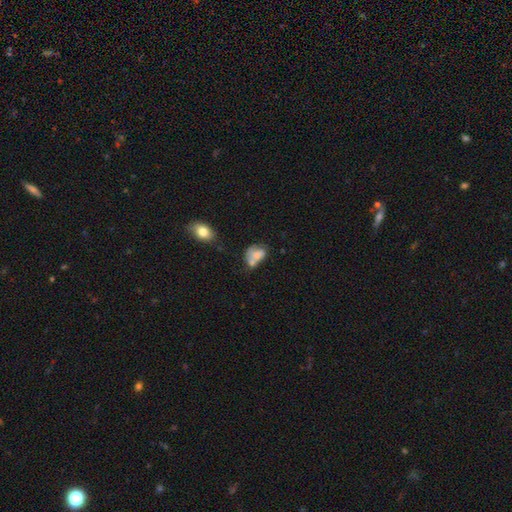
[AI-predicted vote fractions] A smooth galaxy with no disk features (64%) that is in between round and cigar-shaped (73%).

Vote fractions:
- Smooth or featured? smooth: 64% / featured or disk: 26% / star or artifact: 10%
- How rounded? in between: 73% / round: 25% / cigar-shaped: 2%
- Merging? merger: 38% / none: 26% / minor disturbance: 21% / major disturbance: 16%